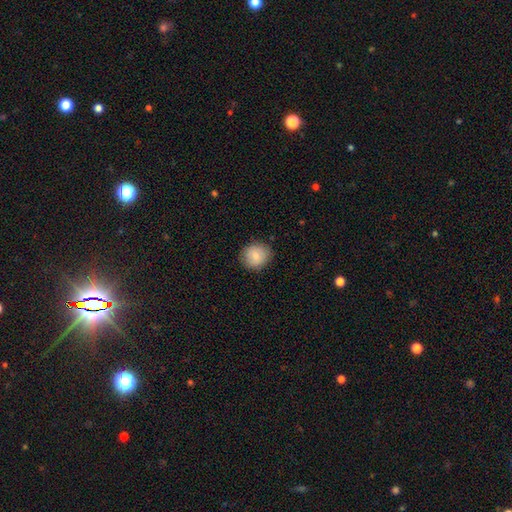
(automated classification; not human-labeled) A smooth galaxy with no disk features (82%) that is round (78%).

Vote fractions:
- Smooth or featured? smooth: 82% / featured or disk: 10% / star or artifact: 8%
- How rounded? round: 78% / in between: 21% / cigar-shaped: 1%
- Merging? none: 84% / minor disturbance: 12% / major disturbance: 3% / merger: 1%